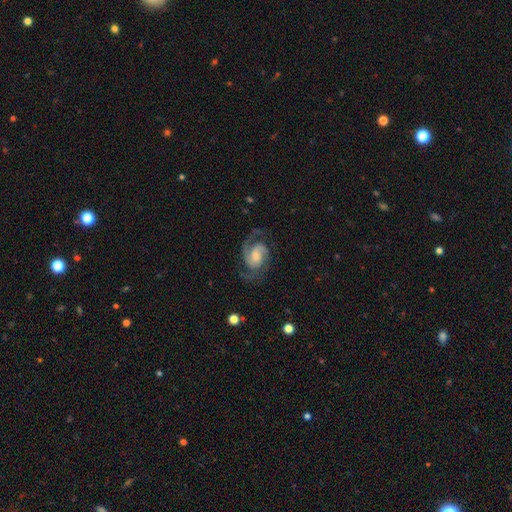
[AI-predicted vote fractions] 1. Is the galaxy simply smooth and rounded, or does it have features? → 89% featured or disk, 6% smooth, 5% star or artifact.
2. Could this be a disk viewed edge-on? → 98% no, 2% yes.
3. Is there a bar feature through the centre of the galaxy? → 54% no, 37% weak, 9% strong.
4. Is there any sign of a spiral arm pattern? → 98% yes, 2% no.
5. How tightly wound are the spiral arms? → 55% medium, 30% tight, 15% loose.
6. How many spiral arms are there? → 69% 2, 18% 3, 5% can't tell, 3% 1, 3% 4, 2% more than 4.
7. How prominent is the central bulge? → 39% small, 34% moderate, 14% none, 12% large, 2% dominant.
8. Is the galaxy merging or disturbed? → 71% none, 15% minor disturbance, 12% major disturbance, 1% merger.